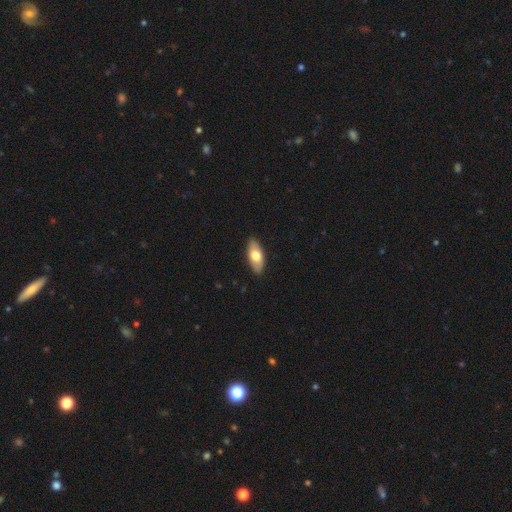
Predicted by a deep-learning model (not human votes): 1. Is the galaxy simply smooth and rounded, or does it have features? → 67% smooth, 28% featured or disk, 5% star or artifact.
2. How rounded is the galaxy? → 87% in between, 10% cigar-shaped, 3% round.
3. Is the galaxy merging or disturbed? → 88% none, 9% minor disturbance, 2% major disturbance, 1% merger.